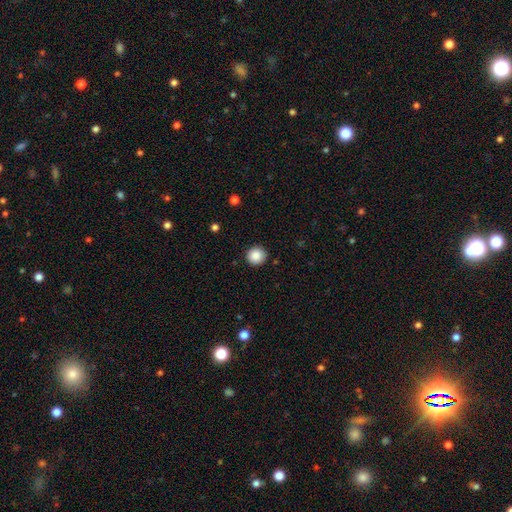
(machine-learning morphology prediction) type=smooth (88%); roundness=round (94%); merging=none (92%).